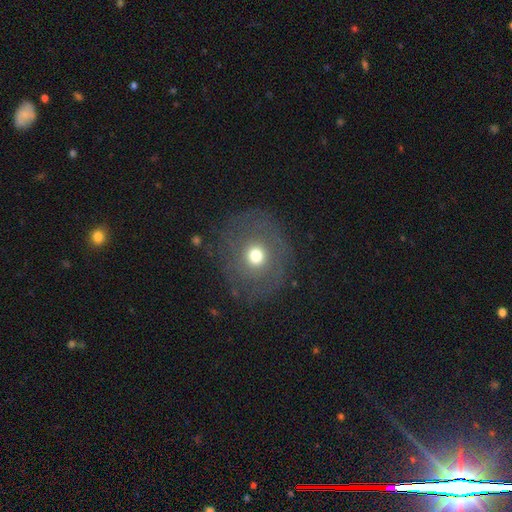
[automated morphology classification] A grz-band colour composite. It shows a smooth galaxy with no disk features (56%) that is round (74%). Merging: none (78%).